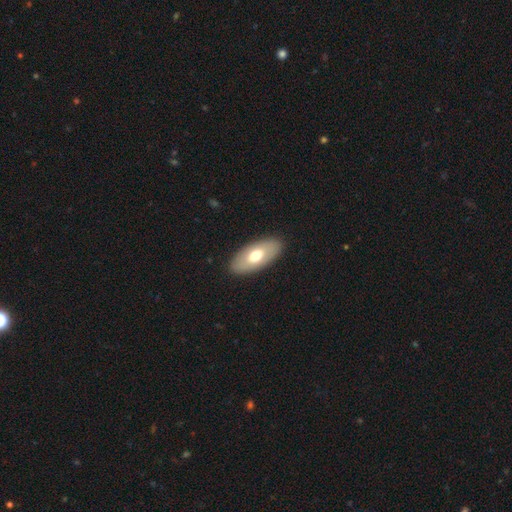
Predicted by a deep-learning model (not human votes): Morphology: type=smooth (63%); roundness=in between (91%); merging=none (89%).